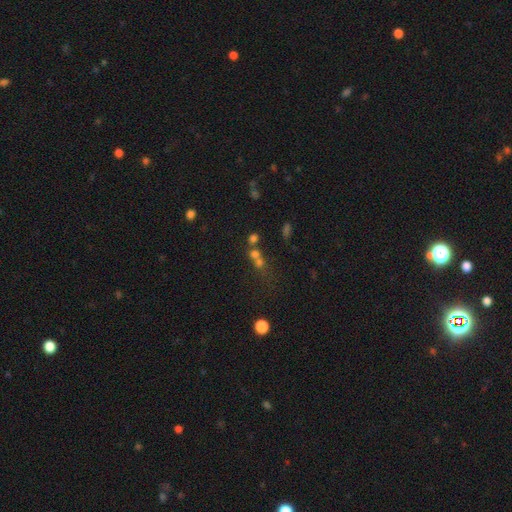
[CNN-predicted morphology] smooth 49%, star or artifact 34%, featured or disk 17%. Down the decision tree: merging — merger (46%).